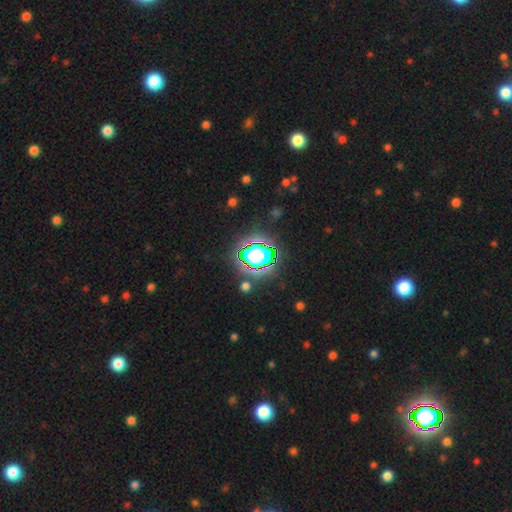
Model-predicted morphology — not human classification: This appears to be a star or artifact, not a galaxy (61%).